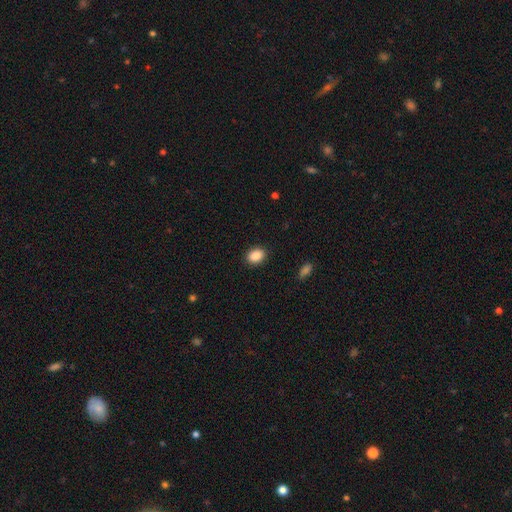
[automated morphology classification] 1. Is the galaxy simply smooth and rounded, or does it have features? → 89% smooth, 8% star or artifact, 3% featured or disk.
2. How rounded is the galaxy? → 75% in between, 24% round, 1% cigar-shaped.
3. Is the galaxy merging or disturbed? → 89% none, 8% minor disturbance, 2% major disturbance, 1% merger.